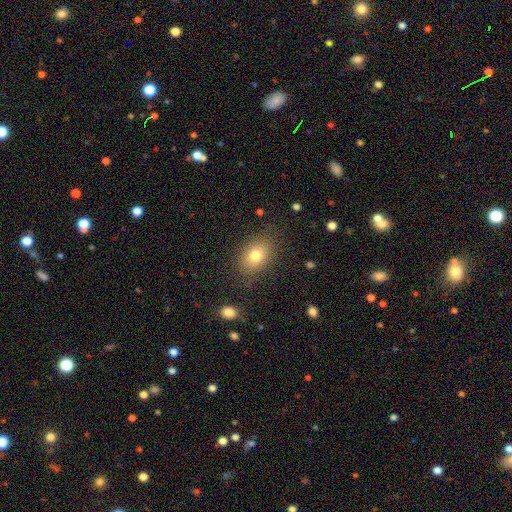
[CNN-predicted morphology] smooth 77%, featured or disk 13%, star or artifact 11%. Down the decision tree: how rounded — in between (73%); merging — none (80%).